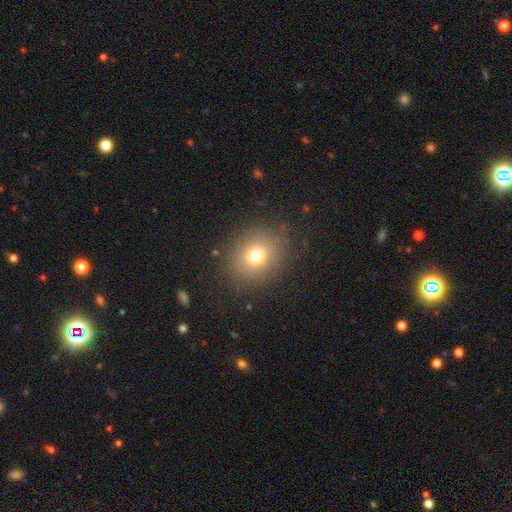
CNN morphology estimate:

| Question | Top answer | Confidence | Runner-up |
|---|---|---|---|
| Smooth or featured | smooth | 74% | star or artifact (15%) |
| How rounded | round | 64% | in between (35%) |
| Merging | none | 85% | minor disturbance (9%) |